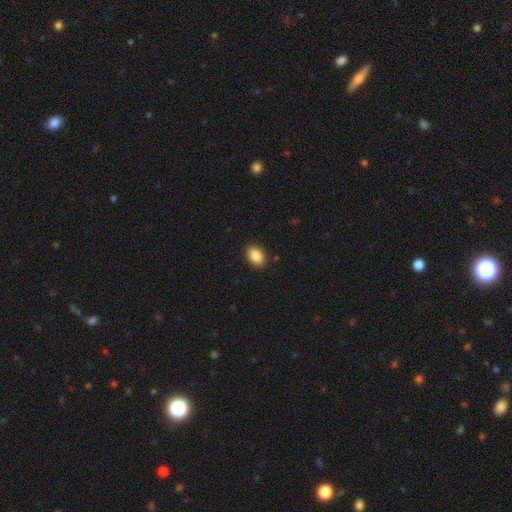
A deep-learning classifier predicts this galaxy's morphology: This appears to be a smooth galaxy with no disk features (88%) that is in between round and cigar-shaped (83%). Merging: none (89%).